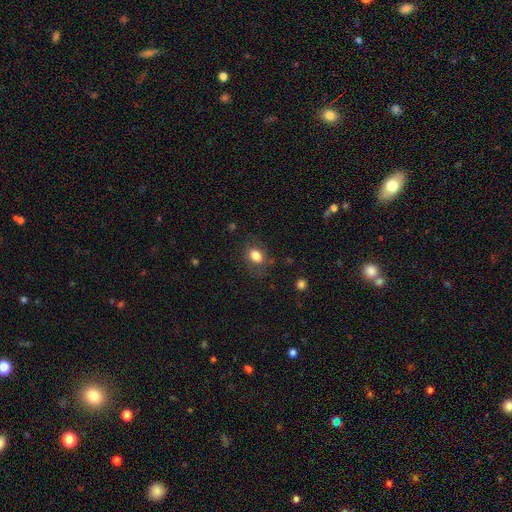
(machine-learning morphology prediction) Smooth or featured?
  - smooth: 81% *
  - star or artifact: 10%
  - featured or disk: 9%
How rounded?
  - in between: 70% *
  - round: 29%
  - cigar-shaped: 1%
Merging?
  - none: 75% *
  - minor disturbance: 17%
  - major disturbance: 6%
  - merger: 2%